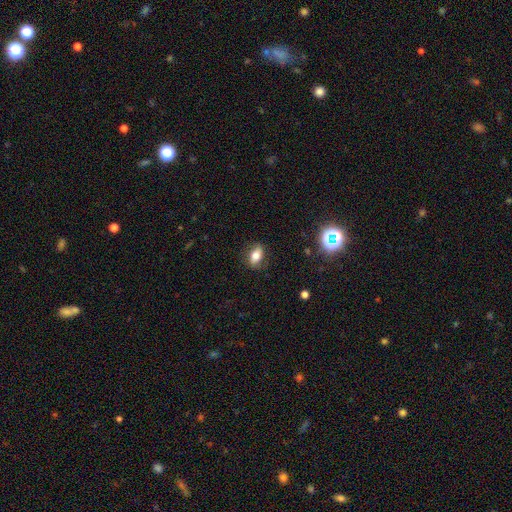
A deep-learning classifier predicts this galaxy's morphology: Smooth or featured?
  - smooth: 68% *
  - featured or disk: 21%
  - star or artifact: 11%
How rounded?
  - in between: 83% *
  - round: 12%
  - cigar-shaped: 6%
Merging?
  - none: 80% *
  - minor disturbance: 14%
  - major disturbance: 5%
  - merger: 1%